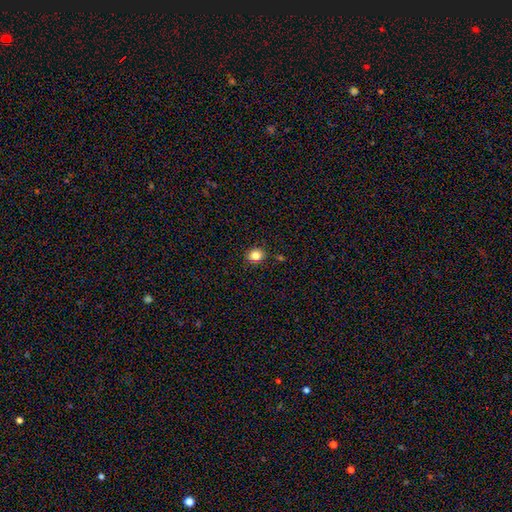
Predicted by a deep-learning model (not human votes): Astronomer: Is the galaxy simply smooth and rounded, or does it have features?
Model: smooth — 83%.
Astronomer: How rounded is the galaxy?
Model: round — 72%.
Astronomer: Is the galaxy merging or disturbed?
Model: none — 88%.